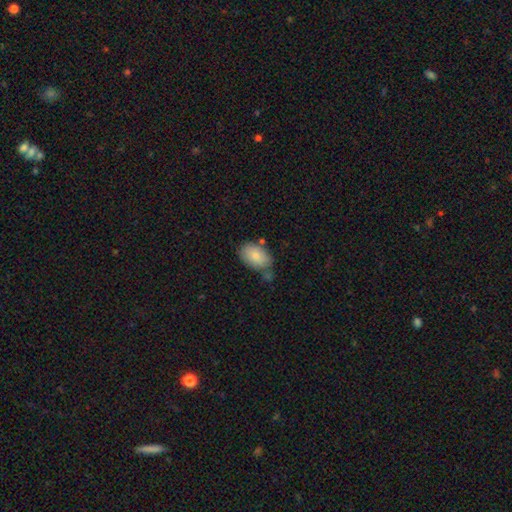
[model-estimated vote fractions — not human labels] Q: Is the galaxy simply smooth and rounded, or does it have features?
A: smooth — 83%.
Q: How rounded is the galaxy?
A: in between — 90%.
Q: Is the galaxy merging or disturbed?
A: none — 63%.